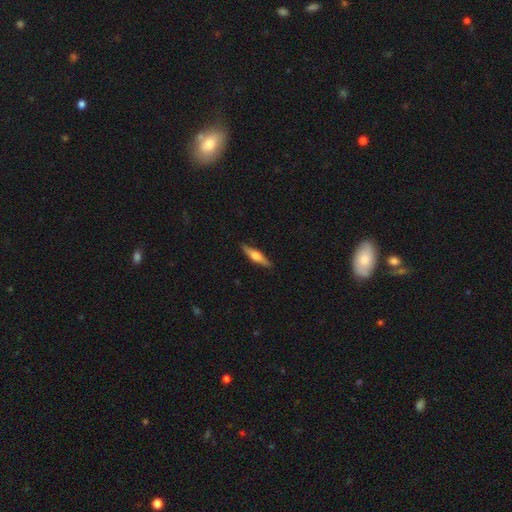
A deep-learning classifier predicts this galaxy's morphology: Smooth or featured?
  - featured or disk: 53% *
  - smooth: 41%
  - star or artifact: 5%
Edge-on disk?
  - yes: 95% *
  - no: 5%
Edge-on bulge?
  - rounded: 89% *
  - boxy: 7%
  - none: 4%
Merging?
  - none: 89% *
  - minor disturbance: 8%
  - major disturbance: 2%
  - merger: 1%